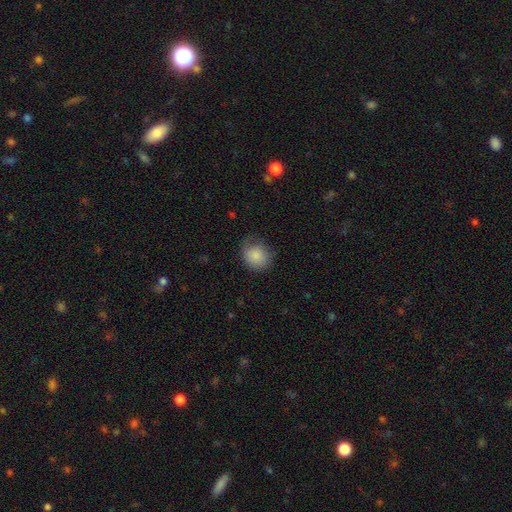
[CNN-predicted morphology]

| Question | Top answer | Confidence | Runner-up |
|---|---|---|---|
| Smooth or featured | smooth | 86% | star or artifact (8%) |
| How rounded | round | 74% | in between (25%) |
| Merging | none | 68% | minor disturbance (24%) |